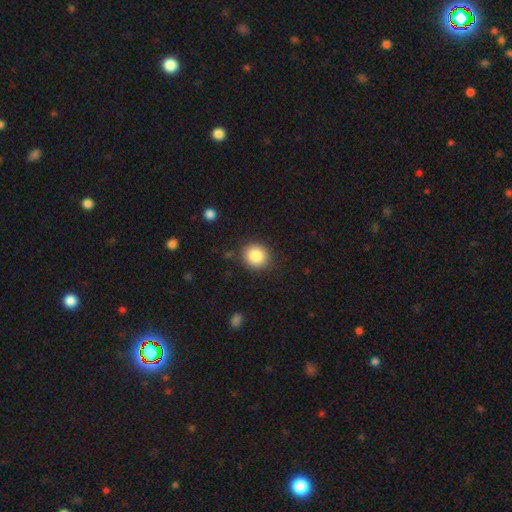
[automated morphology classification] The model was most divided on "how rounded": round: 85%, in between: 14%, cigar-shaped: 1%. More confident: merging — none (88%); smooth or featured — smooth (85%).